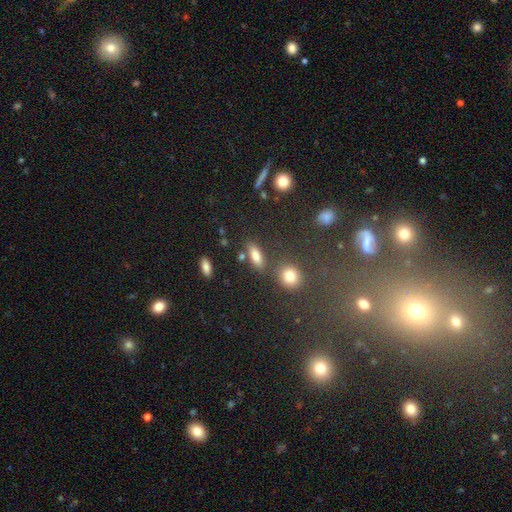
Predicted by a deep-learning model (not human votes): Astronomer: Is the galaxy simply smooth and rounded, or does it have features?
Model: smooth — 78%.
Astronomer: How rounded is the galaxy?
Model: in between — 67%.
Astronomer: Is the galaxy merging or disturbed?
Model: none — 73%.